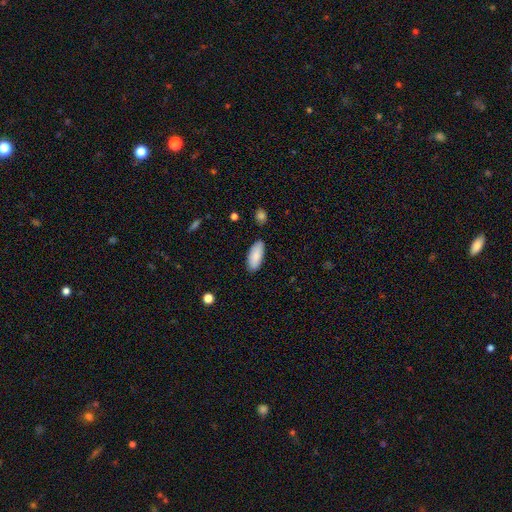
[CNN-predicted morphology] The model was most divided on "how rounded": in between: 86%, cigar-shaped: 13%, round: 2%. More confident: smooth or featured — smooth (88%); merging — none (86%).